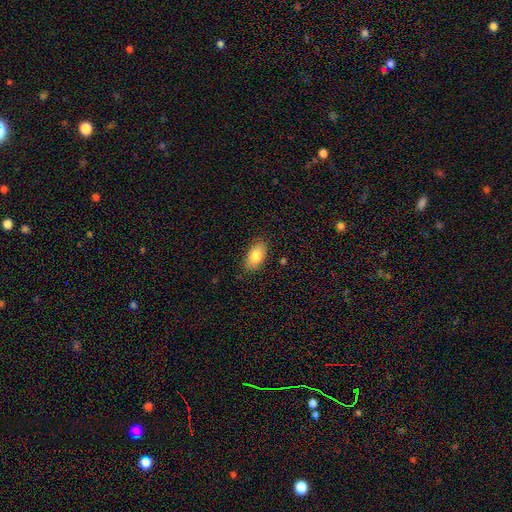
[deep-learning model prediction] Q: Smooth or featured?
A: smooth (83%); runner-up: featured or disk (10%)
Q: How rounded?
A: in between (93%); runner-up: round (4%)
Q: Merging?
A: none (85%); runner-up: minor disturbance (11%)